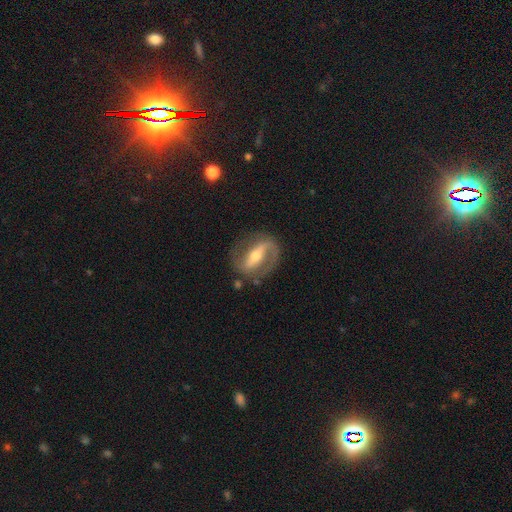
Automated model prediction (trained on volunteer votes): featured or disk 85%, smooth 10%, star or artifact 5%. Down the decision tree: edge-on disk — no (93%); bar — strong (66%); spiral arms — yes (89%); spiral arm count — 2 (84%); spiral winding — medium (46%); bulge size — moderate (58%); merging — none (78%).